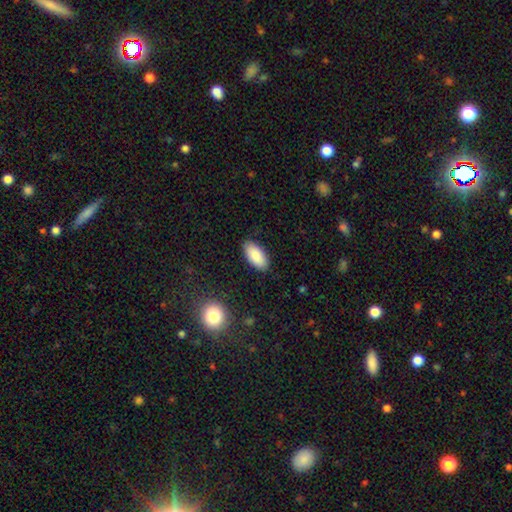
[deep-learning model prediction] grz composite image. It shows a smooth galaxy with no disk features (88%) that is in between round and cigar-shaped (93%). Merging: none (86%).